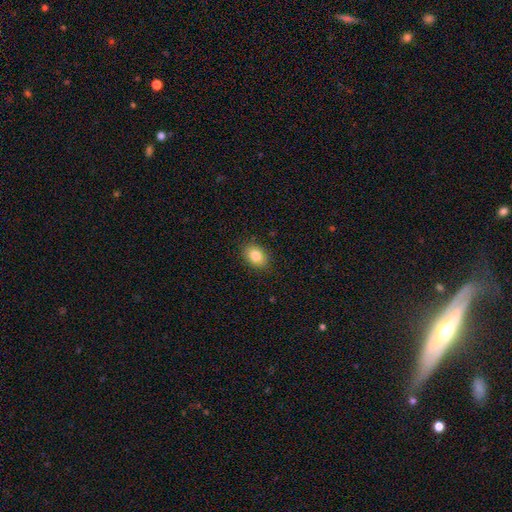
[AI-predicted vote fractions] smooth_or_featured: smooth (p=0.84) [alt: star or artifact p=0.09]
how_rounded: in between (p=0.76) [alt: round p=0.23]
merging: none (p=0.88) [alt: minor disturbance p=0.09]